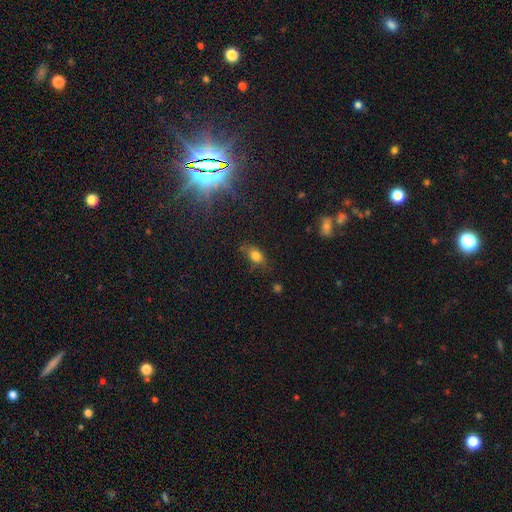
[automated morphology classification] Smooth or featured?
  - smooth: 77% *
  - star or artifact: 13%
  - featured or disk: 10%
How rounded?
  - in between: 78% *
  - round: 17%
  - cigar-shaped: 5%
Merging?
  - none: 69% *
  - minor disturbance: 22%
  - major disturbance: 6%
  - merger: 3%